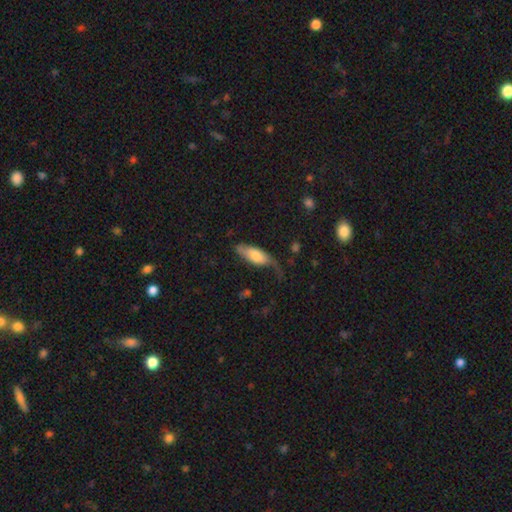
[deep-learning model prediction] A smooth galaxy with no disk features (63%) that is in between round and cigar-shaped (73%). Merging: none (41%).